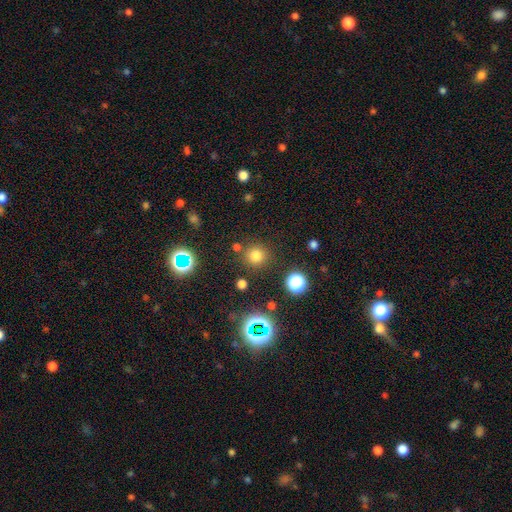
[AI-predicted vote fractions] smooth-or-featured: smooth: 71% | star or artifact: 22% | featured or disk: 6%
  how-rounded: round: 93% | in between: 6% | cigar-shaped: 1%
  merging: none: 84% | minor disturbance: 8% | merger: 5% | major disturbance: 4%